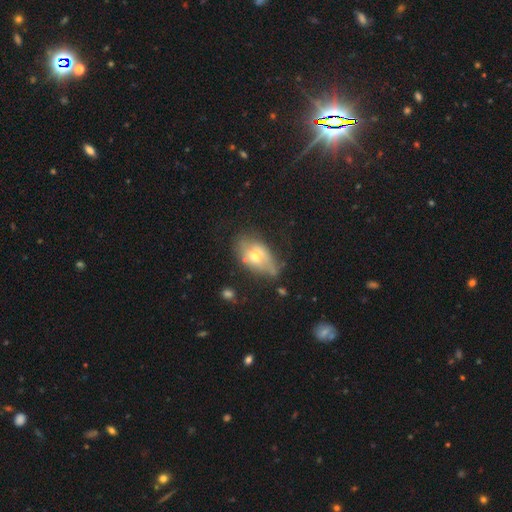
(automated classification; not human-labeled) The model was most divided on "smooth or featured": smooth: 49%, featured or disk: 42%, star or artifact: 9%. Remaining: merging — none (45%).